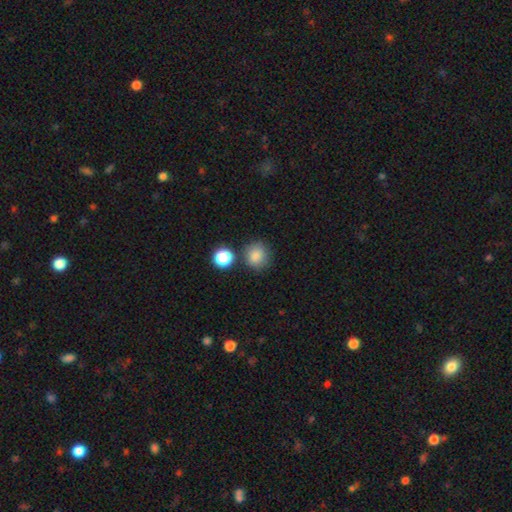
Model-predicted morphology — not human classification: Smooth or featured? Predicted: smooth (p=0.83). How rounded? Predicted: round (p=0.80). Merging? Predicted: none (p=0.76).